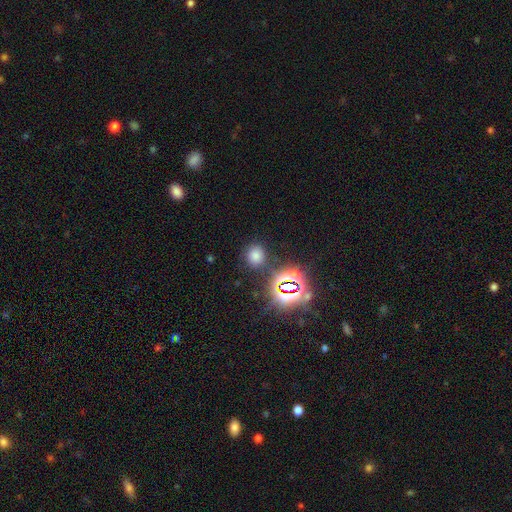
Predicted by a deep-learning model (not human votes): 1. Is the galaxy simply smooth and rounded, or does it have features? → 64% smooth, 28% star or artifact, 7% featured or disk.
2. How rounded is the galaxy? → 76% round, 22% in between, 1% cigar-shaped.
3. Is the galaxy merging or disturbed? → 82% none, 10% minor disturbance, 4% merger, 4% major disturbance.